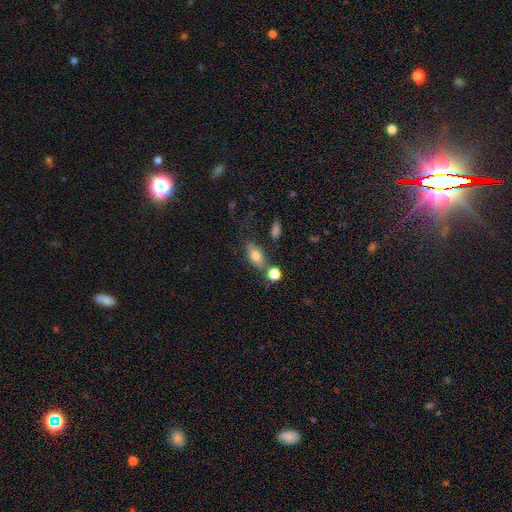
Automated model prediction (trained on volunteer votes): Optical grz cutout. It shows a smooth galaxy with no disk features (76%) that is in between round and cigar-shaped (81%). Merging: none (60%).